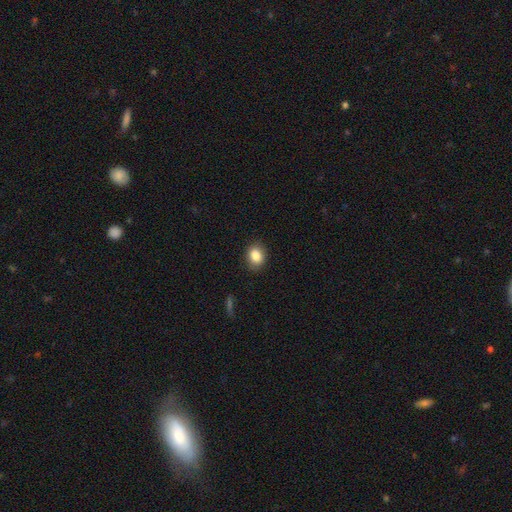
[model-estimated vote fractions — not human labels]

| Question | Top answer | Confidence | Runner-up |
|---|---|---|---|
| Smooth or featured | smooth | 85% | star or artifact (9%) |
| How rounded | in between | 57% | round (42%) |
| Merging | none | 86% | minor disturbance (10%) |